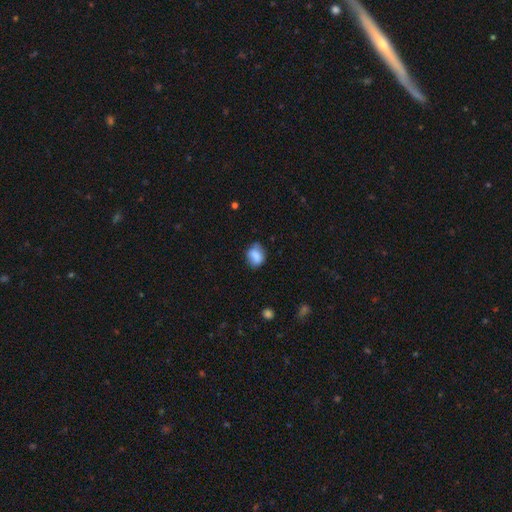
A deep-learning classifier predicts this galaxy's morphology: Smooth or featured: smooth — 80% (featured or disk — 11%)
How rounded: in between — 54% (round — 44%)
Merging: none — 63% (minor disturbance — 27%)